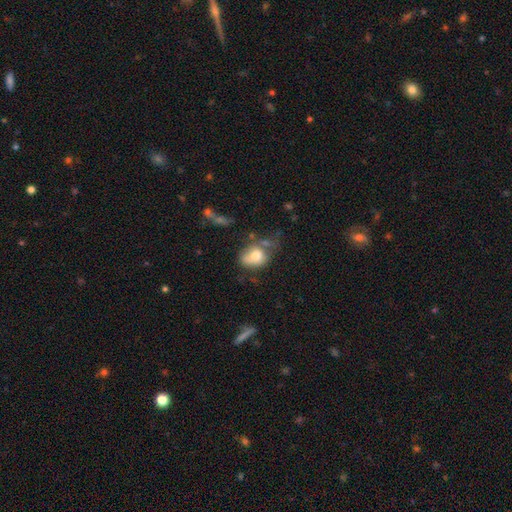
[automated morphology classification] This appears to be a smooth galaxy with no disk features (72%) that is in between round and cigar-shaped (63%). Merging: none (36%).